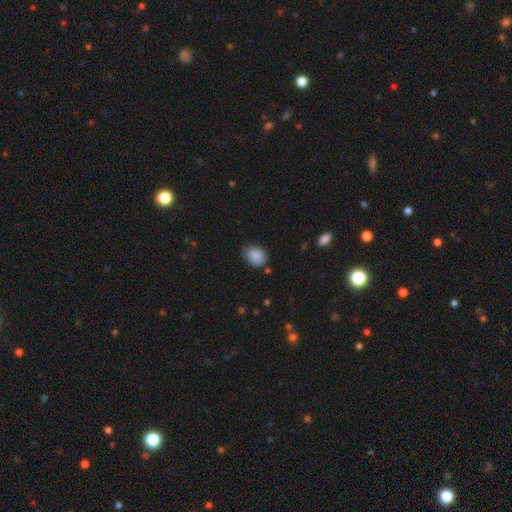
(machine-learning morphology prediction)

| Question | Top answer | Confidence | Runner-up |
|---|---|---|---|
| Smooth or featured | smooth | 88% | star or artifact (8%) |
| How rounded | in between | 54% | round (45%) |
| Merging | none | 70% | minor disturbance (24%) |